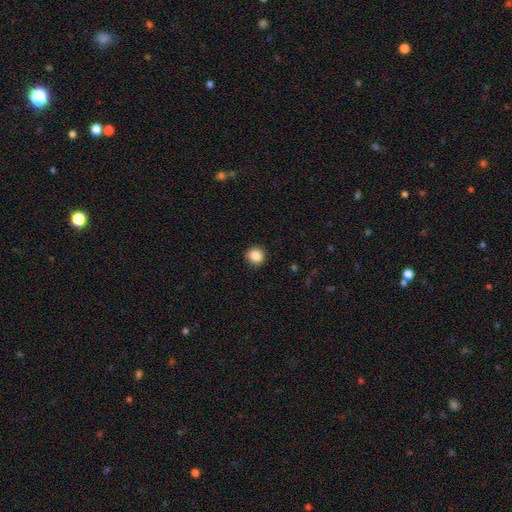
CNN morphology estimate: smooth 87%, star or artifact 10%, featured or disk 4%. Down the decision tree: how rounded — round (92%); merging — none (90%).